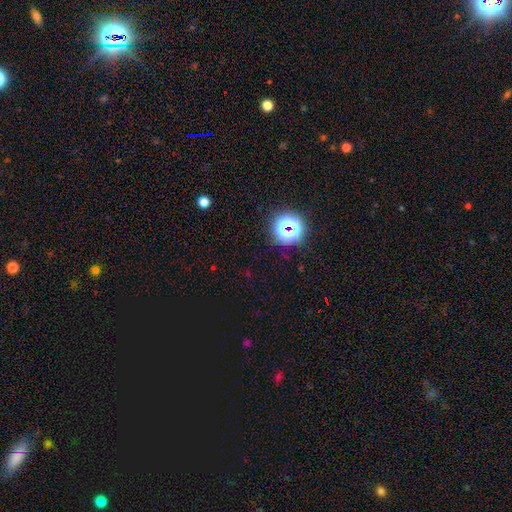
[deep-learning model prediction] star or artifact 62%, smooth 30%, featured or disk 8%.